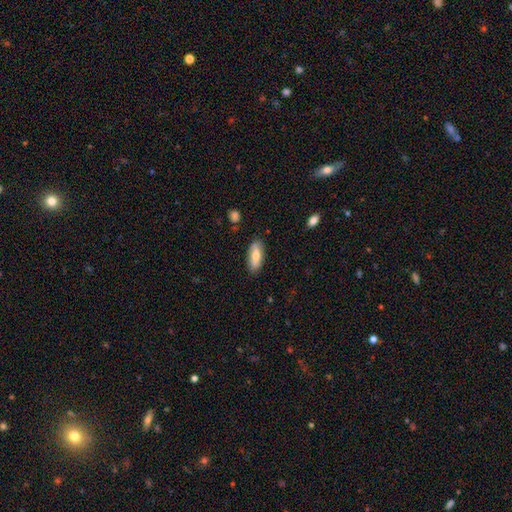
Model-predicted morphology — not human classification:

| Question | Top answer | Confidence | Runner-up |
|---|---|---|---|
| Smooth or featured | smooth | 66% | featured or disk (28%) |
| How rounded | in between | 77% | cigar-shaped (20%) |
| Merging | none | 84% | minor disturbance (12%) |